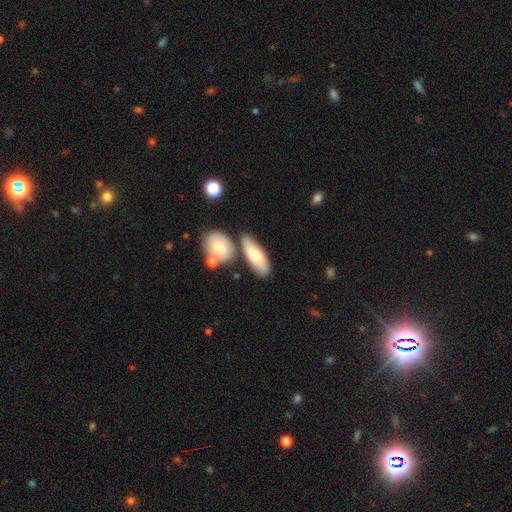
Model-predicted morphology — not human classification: Smooth or featured? smooth (70%)
How rounded? in between (72%)
Merging? none (64%)